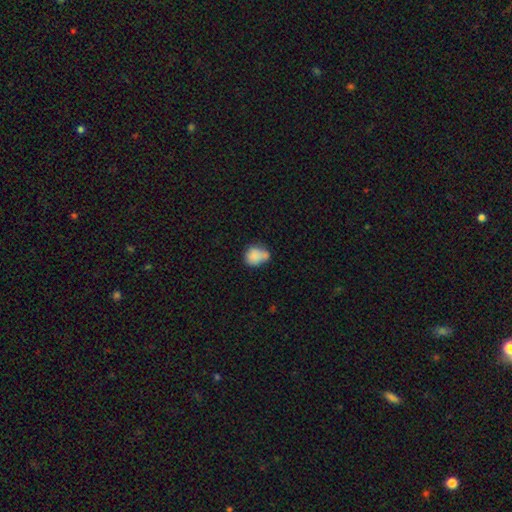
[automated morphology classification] Smooth or featured? smooth (80%)
How rounded? round (52%)
Merging? none (39%)